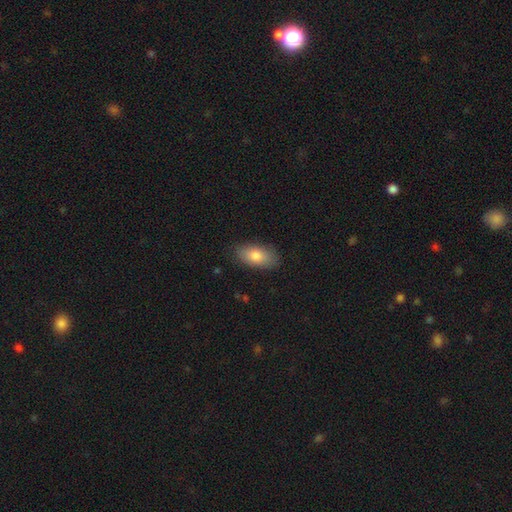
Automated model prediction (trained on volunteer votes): A smooth galaxy with no disk features (81%) that is in between round and cigar-shaped (91%). Merging: none (84%).